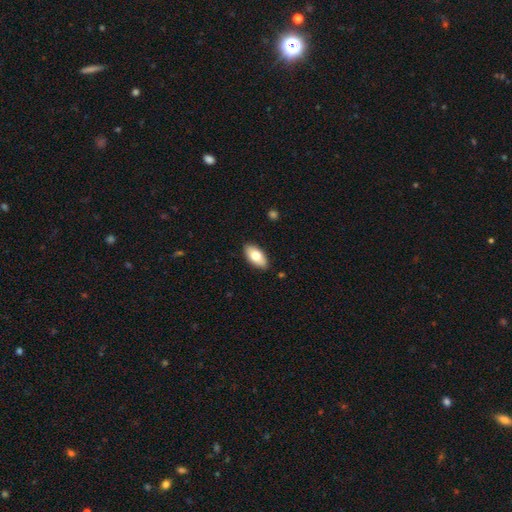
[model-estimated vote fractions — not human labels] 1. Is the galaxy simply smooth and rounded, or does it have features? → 74% smooth, 20% featured or disk, 6% star or artifact.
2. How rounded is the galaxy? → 93% in between, 4% cigar-shaped, 3% round.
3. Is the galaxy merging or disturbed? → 88% none, 9% minor disturbance, 2% major disturbance, 1% merger.